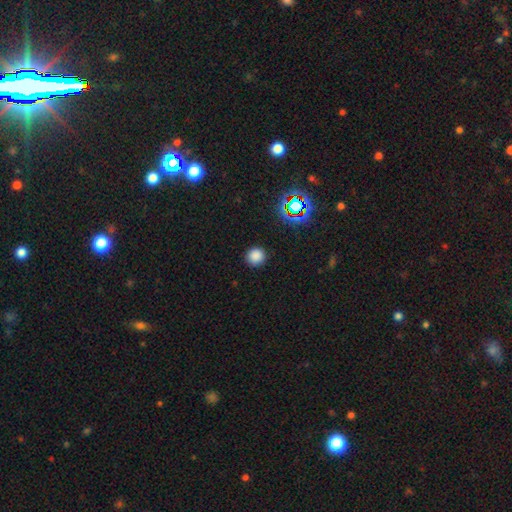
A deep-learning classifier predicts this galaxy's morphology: Q: Smooth or featured?
A: smooth (80%); runner-up: star or artifact (16%)
Q: How rounded?
A: round (94%); runner-up: in between (5%)
Q: Merging?
A: none (91%); runner-up: minor disturbance (6%)